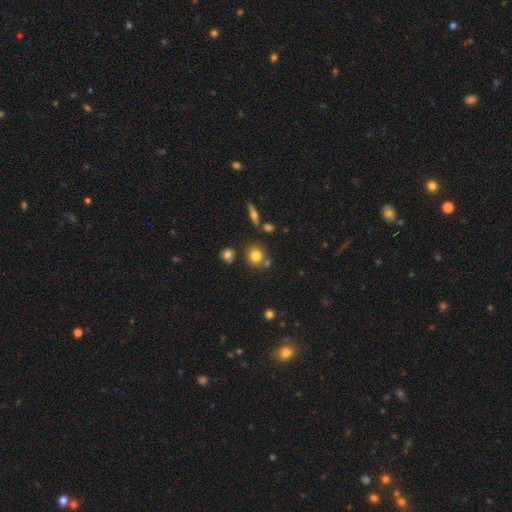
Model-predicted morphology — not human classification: Smooth or featured?
  - smooth: 77% *
  - star or artifact: 13%
  - featured or disk: 11%
How rounded?
  - round: 86% *
  - in between: 13%
  - cigar-shaped: 1%
Merging?
  - none: 75% *
  - merger: 12%
  - minor disturbance: 10%
  - major disturbance: 3%